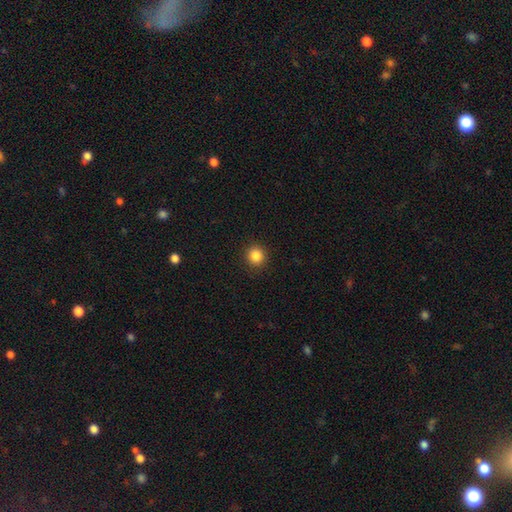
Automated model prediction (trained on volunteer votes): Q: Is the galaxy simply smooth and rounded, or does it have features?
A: smooth — 86%.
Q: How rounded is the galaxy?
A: round — 90%.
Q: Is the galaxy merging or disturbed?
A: none — 92%.